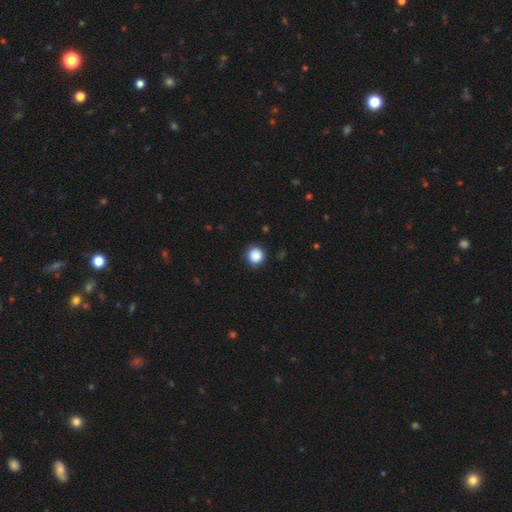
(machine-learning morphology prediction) A smooth galaxy with no disk features (87%) that is round (90%). Merging: none (85%).